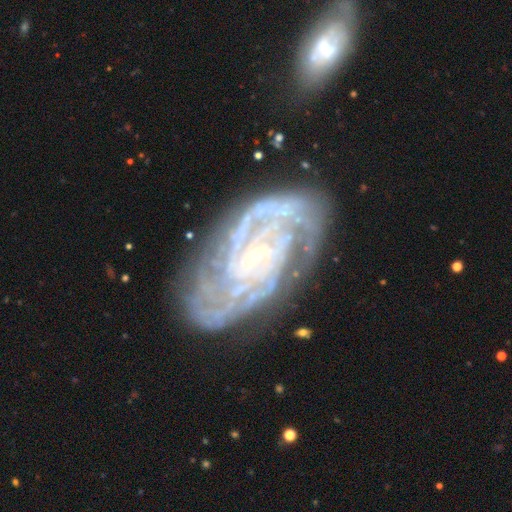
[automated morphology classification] Q: Smooth or featured?
A: featured or disk (90%); runner-up: star or artifact (6%)
Q: Edge-on disk?
A: no (96%); runner-up: yes (4%)
Q: Bar?
A: no (58%); runner-up: weak (29%)
Q: Spiral arms?
A: yes (98%); runner-up: no (2%)
Q: Spiral winding?
A: tight (66%); runner-up: medium (29%)
Q: Spiral arm count?
A: 2 (28%); runner-up: 3 (21%)
Q: Bulge size?
A: small (85%); runner-up: moderate (9%)
Q: Merging?
A: none (73%); runner-up: minor disturbance (17%)